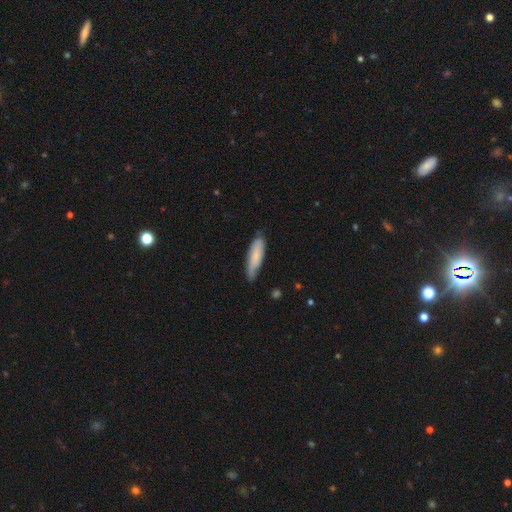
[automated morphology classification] smooth-or-featured: smooth: 74% | featured or disk: 20% | star or artifact: 6%
  how-rounded: cigar-shaped: 64% | in between: 35% | round: 1%
  merging: none: 66% | minor disturbance: 28% | major disturbance: 5% | merger: 2%